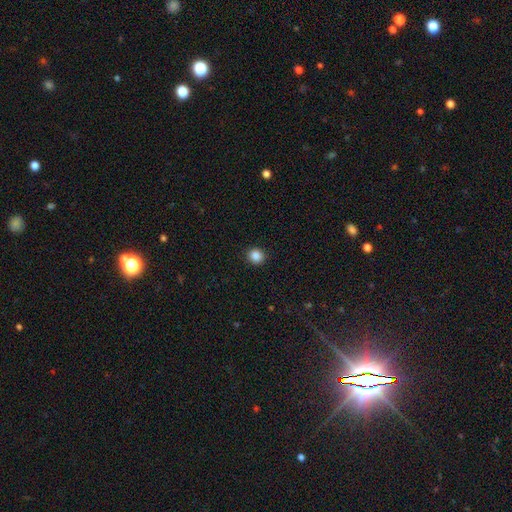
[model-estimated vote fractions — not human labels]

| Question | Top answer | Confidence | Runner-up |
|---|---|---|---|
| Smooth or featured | smooth | 86% | star or artifact (11%) |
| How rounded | round | 88% | in between (11%) |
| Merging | none | 92% | minor disturbance (5%) |